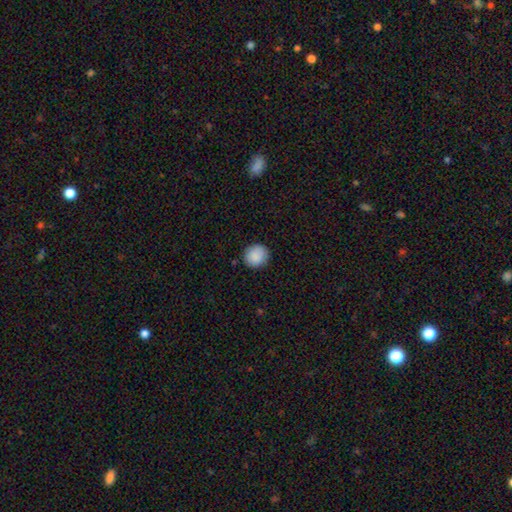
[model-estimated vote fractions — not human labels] This is clearly a smooth galaxy (89%). How rounded: clearly round (89%). Merging: clearly none (89%).